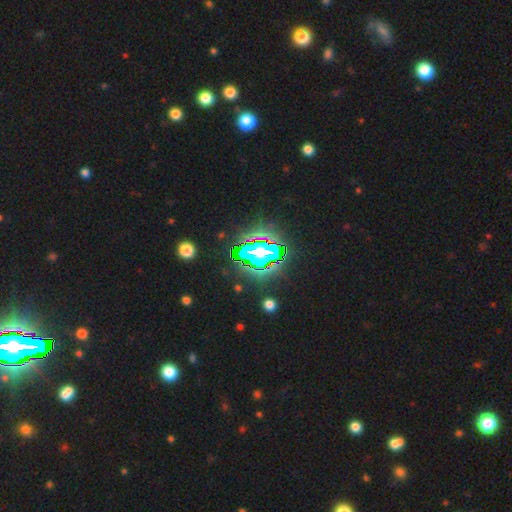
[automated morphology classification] A star or artifact, not a galaxy (69%).

Vote fractions:
- Smooth or featured? star or artifact: 69% / featured or disk: 16% / smooth: 15%